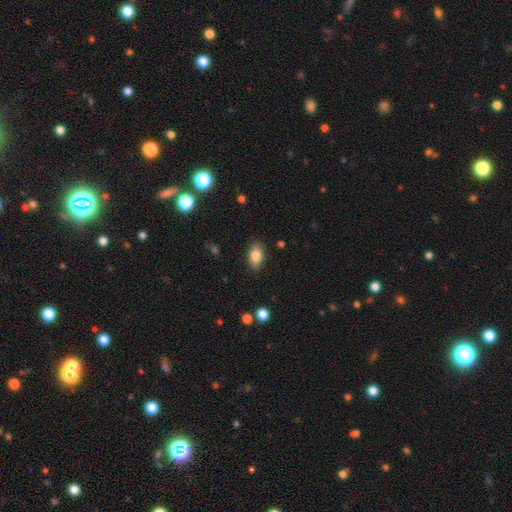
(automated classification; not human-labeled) This is clearly a smooth galaxy (84%). How rounded: clearly in between (90%). Merging: clearly none (87%).